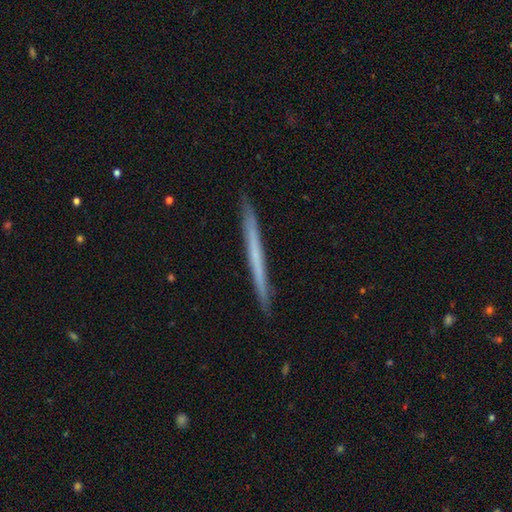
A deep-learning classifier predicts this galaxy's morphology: Q: Smooth or featured?
A: featured or disk (48%); runner-up: smooth (47%)
Q: Merging?
A: none (92%); runner-up: minor disturbance (6%)